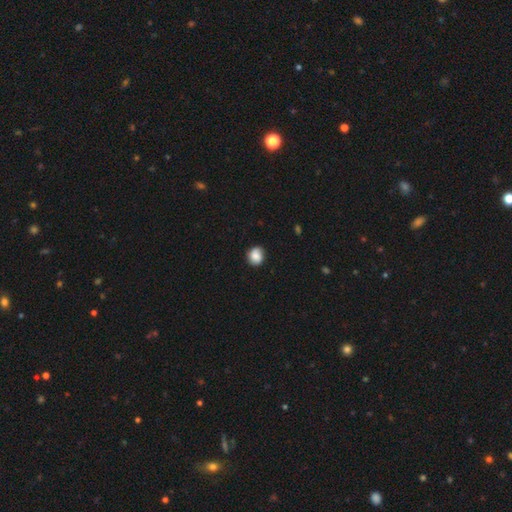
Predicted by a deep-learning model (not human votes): Smooth or featured? Predicted: smooth (p=0.83). How rounded? Predicted: round (p=0.77). Merging? Predicted: none (p=0.83).